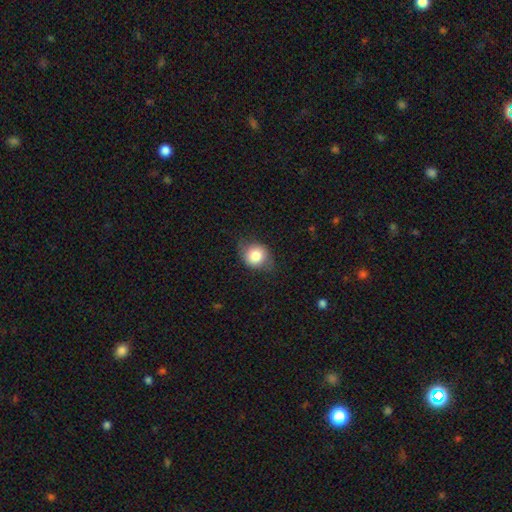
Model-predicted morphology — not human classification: Smooth or featured: smooth — 79% (featured or disk — 12%)
How rounded: round — 69% (in between — 30%)
Merging: none — 69% (minor disturbance — 23%)